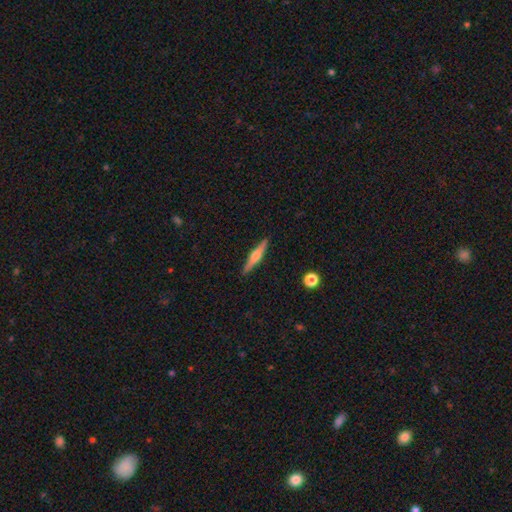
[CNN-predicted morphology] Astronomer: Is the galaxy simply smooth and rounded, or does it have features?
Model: featured or disk — 62%.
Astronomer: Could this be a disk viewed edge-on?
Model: yes — 98%.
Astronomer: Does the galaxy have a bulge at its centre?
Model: rounded — 84%.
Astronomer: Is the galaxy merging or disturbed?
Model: none — 91%.